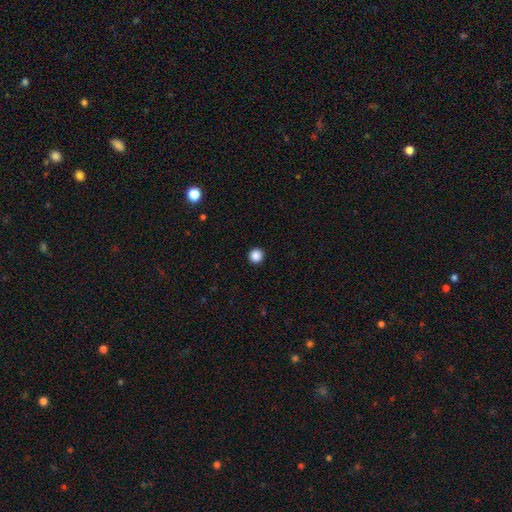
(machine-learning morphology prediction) A smooth galaxy with no disk features (87%) that is round (95%). Merging: none (93%).